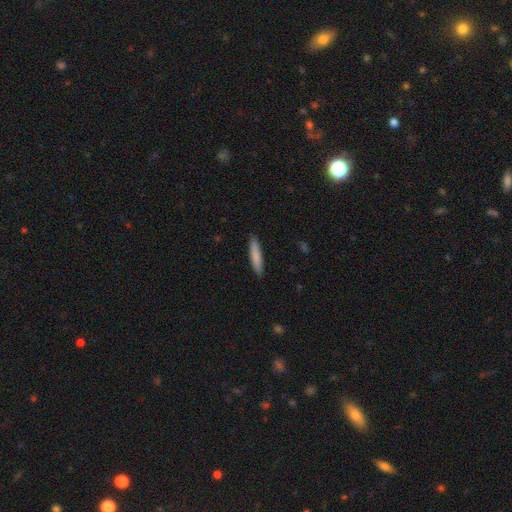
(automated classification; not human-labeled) Overall: smooth (83%). How rounded: cigar-shaped (87%). Merging: none (89%).